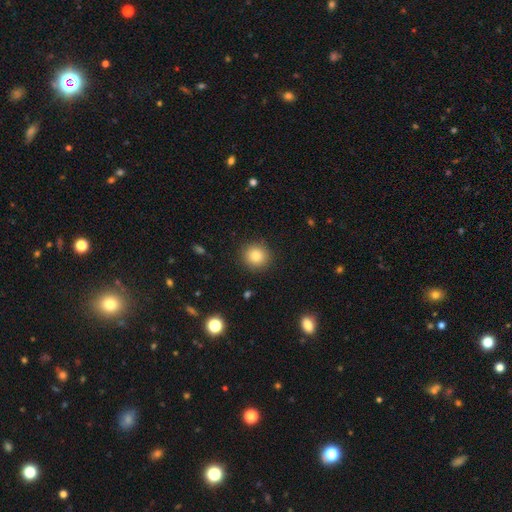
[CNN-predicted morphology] A smooth galaxy with no disk features (84%) that is round (91%).

Vote fractions:
- Smooth or featured? smooth: 84% / star or artifact: 10% / featured or disk: 6%
- How rounded? round: 91% / in between: 8% / cigar-shaped: 1%
- Merging? none: 90% / minor disturbance: 7% / major disturbance: 2% / merger: 1%